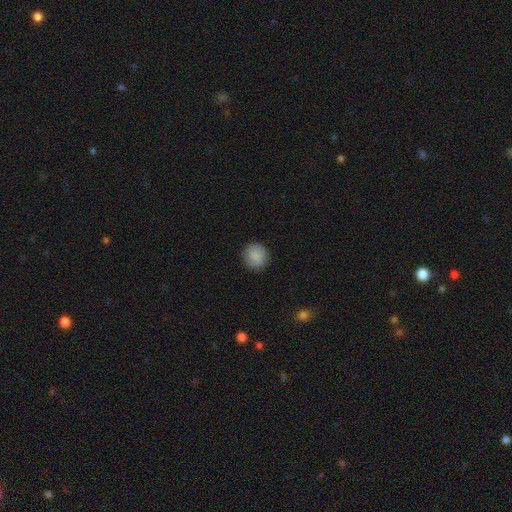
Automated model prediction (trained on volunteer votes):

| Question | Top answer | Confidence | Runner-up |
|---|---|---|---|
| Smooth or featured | smooth | 88% | star or artifact (7%) |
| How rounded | round | 89% | in between (10%) |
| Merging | none | 89% | minor disturbance (8%) |